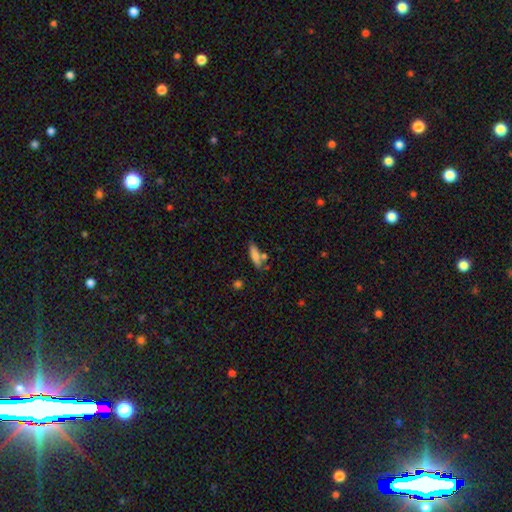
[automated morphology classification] Smooth or featured: smooth — 79% (featured or disk — 13%)
How rounded: cigar-shaped — 51% (in between — 47%)
Merging: none — 68% (minor disturbance — 15%)